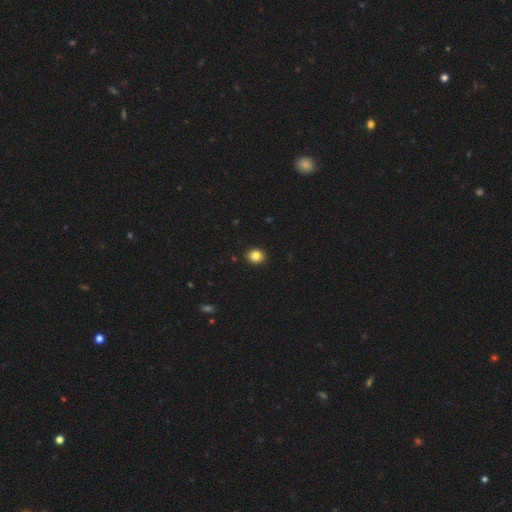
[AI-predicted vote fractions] Smooth or featured: smooth — 84% (star or artifact — 10%)
How rounded: round — 71% (in between — 28%)
Merging: none — 92% (minor disturbance — 6%)